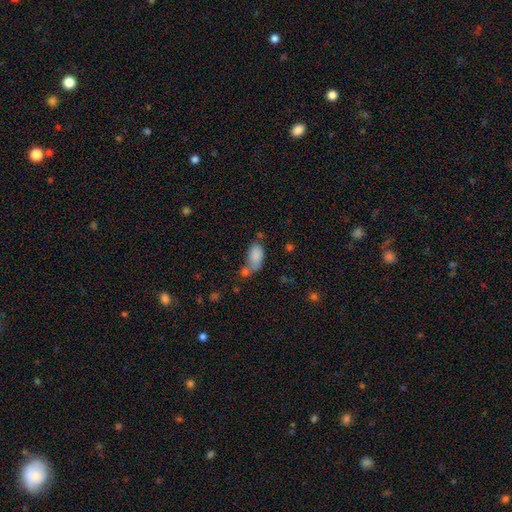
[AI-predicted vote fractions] A smooth galaxy with no disk features (83%) that is in between round and cigar-shaped (91%). Merging: none (36%).